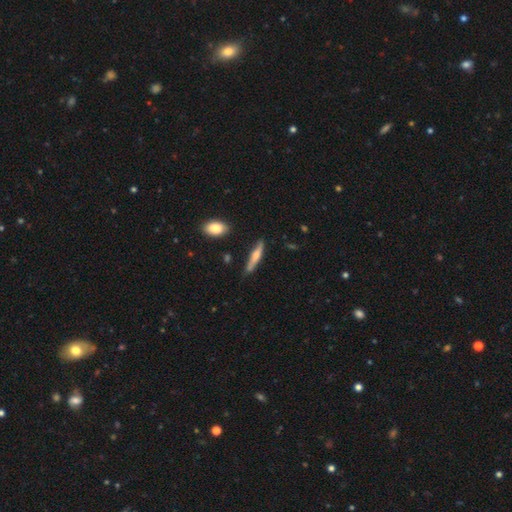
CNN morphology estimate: This appears to be a smooth galaxy with no disk features (56%) that is cigar-shaped (86%). Merging: none (77%).